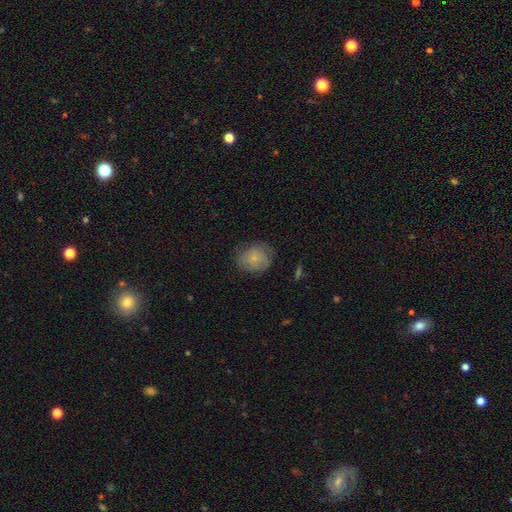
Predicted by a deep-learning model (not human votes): Smooth or featured? smooth (53%)
How rounded? round (67%)
Merging? none (69%)